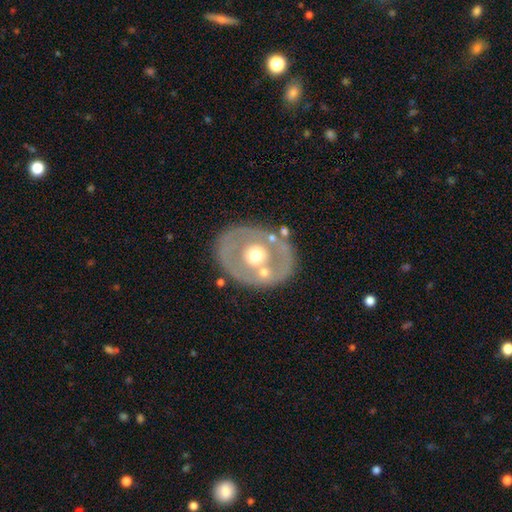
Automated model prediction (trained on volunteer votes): Morphology: type=featured or disk (59%); edge-on=no (93%); bar=no (89%); spiral arms=no (91%); bulge=moderate (72%); merging=none (72%).